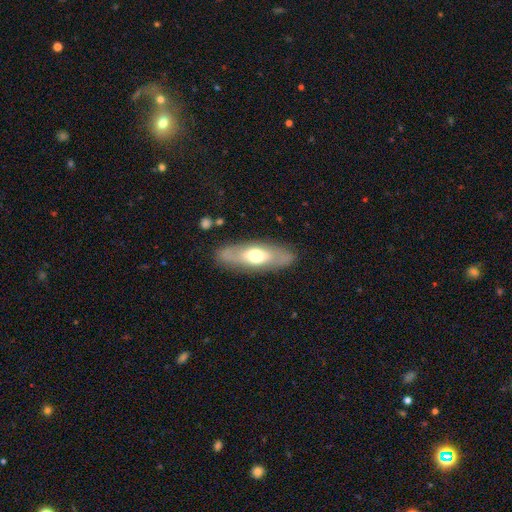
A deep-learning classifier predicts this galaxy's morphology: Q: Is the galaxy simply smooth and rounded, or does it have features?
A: smooth — 48%.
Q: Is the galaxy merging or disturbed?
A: none — 84%.